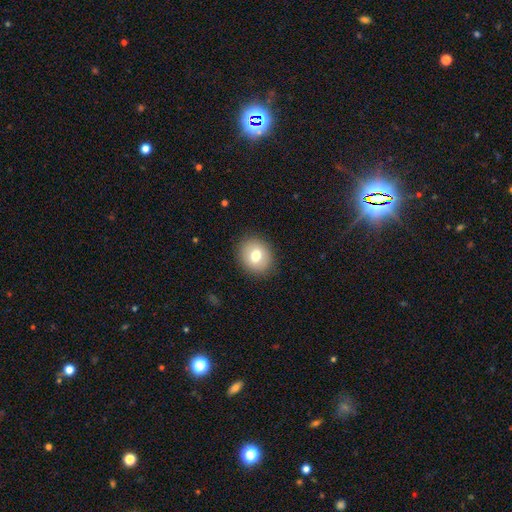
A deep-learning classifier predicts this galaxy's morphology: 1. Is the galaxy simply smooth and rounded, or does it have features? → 74% smooth, 17% featured or disk, 9% star or artifact.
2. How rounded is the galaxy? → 70% round, 29% in between, 1% cigar-shaped.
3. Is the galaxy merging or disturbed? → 89% none, 8% minor disturbance, 3% major disturbance, 1% merger.